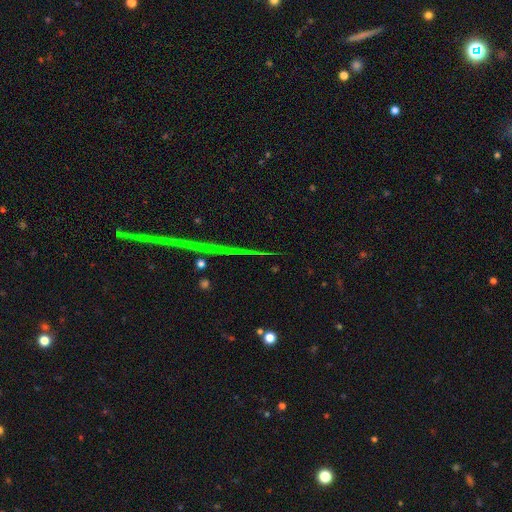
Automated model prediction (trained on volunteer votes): A star or artifact, not a galaxy (78%).

Vote fractions:
- Smooth or featured? star or artifact: 78% / featured or disk: 13% / smooth: 9%